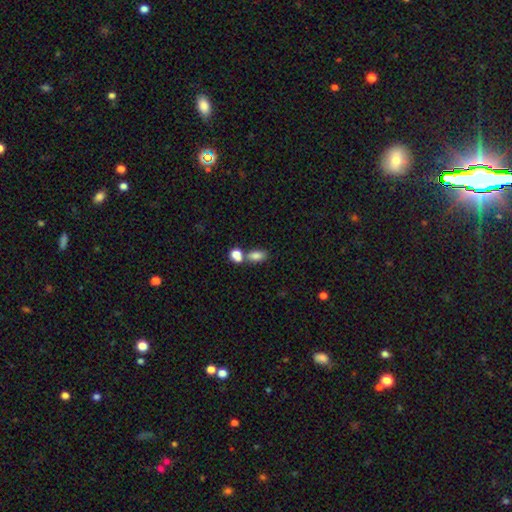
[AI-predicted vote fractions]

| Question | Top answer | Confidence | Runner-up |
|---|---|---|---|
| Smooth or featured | smooth | 82% | star or artifact (11%) |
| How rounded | in between | 86% | round (12%) |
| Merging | none | 49% | merger (36%) |